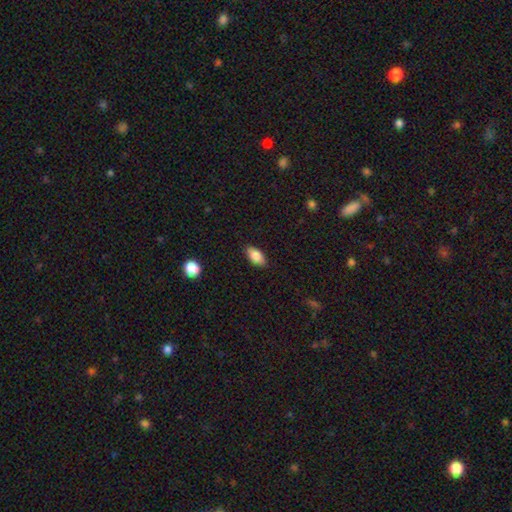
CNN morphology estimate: Smooth or featured? smooth (83%)
How rounded? in between (91%)
Merging? none (87%)